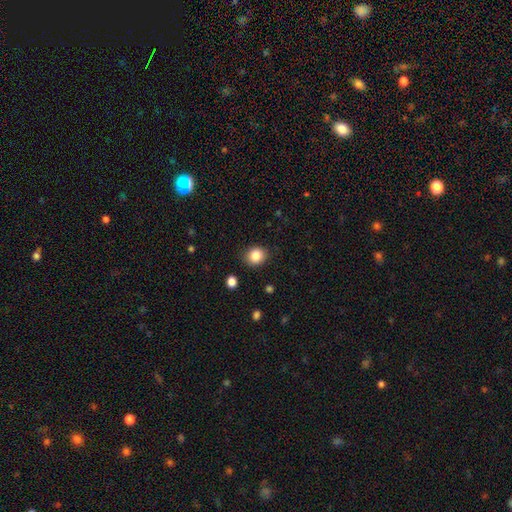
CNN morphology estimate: Smooth or featured?
  - smooth: 85% *
  - star or artifact: 10%
  - featured or disk: 5%
How rounded?
  - round: 74% *
  - in between: 25%
  - cigar-shaped: 1%
Merging?
  - none: 87% *
  - minor disturbance: 9%
  - major disturbance: 3%
  - merger: 1%